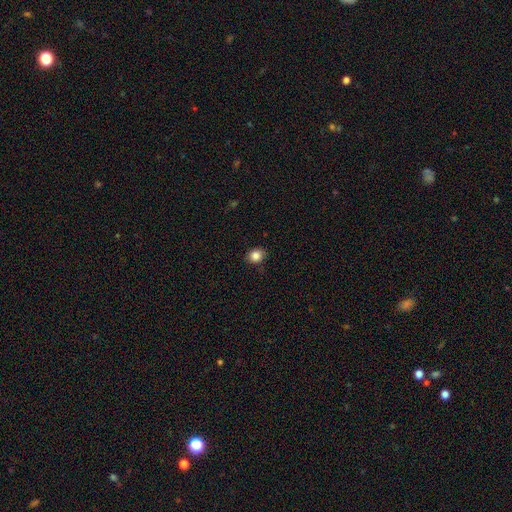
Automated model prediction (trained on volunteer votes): smooth 85%, star or artifact 10%, featured or disk 5%. Down the decision tree: how rounded — round (64%); merging — none (86%).